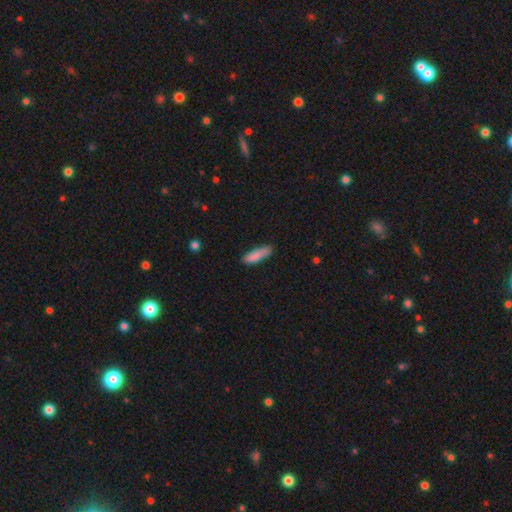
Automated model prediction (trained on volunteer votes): A smooth galaxy with no disk features (85%) that is cigar-shaped (56%).

Vote fractions:
- Smooth or featured? smooth: 85% / featured or disk: 9% / star or artifact: 6%
- How rounded? cigar-shaped: 56% / in between: 42% / round: 2%
- Merging? none: 71% / minor disturbance: 22% / major disturbance: 4% / merger: 2%